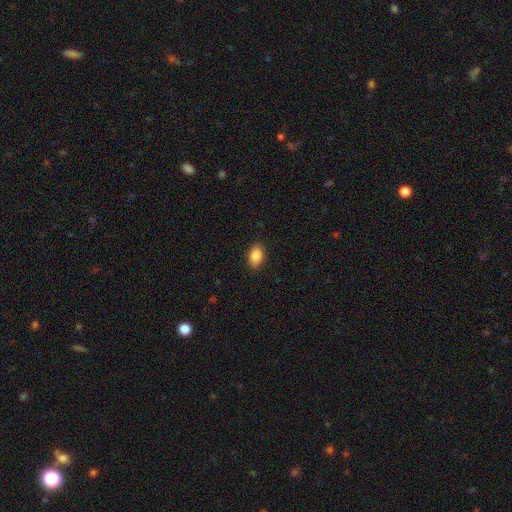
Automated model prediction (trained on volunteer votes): A smooth galaxy with no disk features (88%) that is in between round and cigar-shaped (87%). Merging: none (89%).